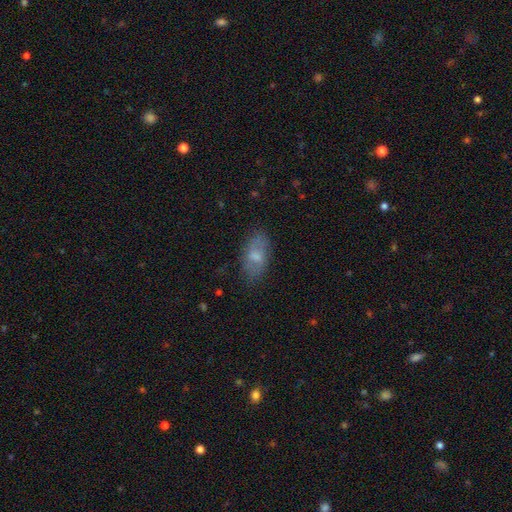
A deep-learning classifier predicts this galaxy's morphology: smooth-or-featured: smooth: 66% | featured or disk: 26% | star or artifact: 8%
  how-rounded: in between: 89% | cigar-shaped: 7% | round: 4%
  merging: none: 75% | minor disturbance: 17% | major disturbance: 5% | merger: 2%